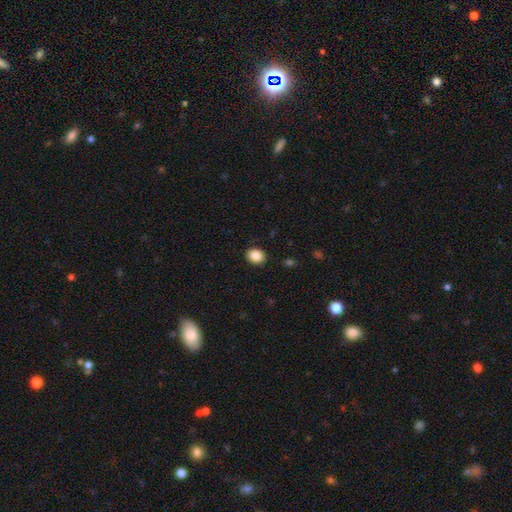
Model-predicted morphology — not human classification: smooth_or_featured: smooth (p=0.87) [alt: star or artifact p=0.09]
how_rounded: round (p=0.51) [alt: in between p=0.48]
merging: none (p=0.90) [alt: minor disturbance p=0.07]